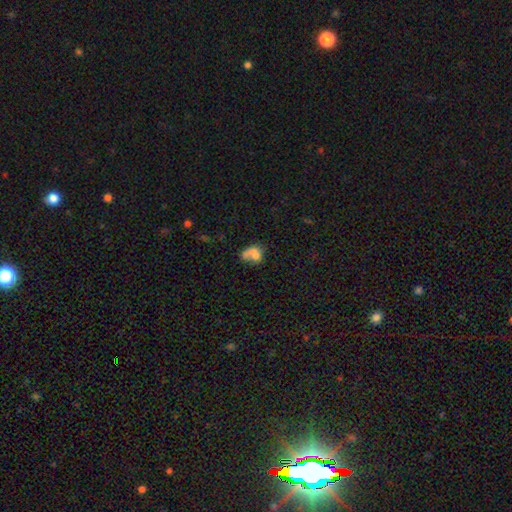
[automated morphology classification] smooth-or-featured: smooth: 64% | featured or disk: 23% | star or artifact: 13%
  how-rounded: in between: 64% | round: 34% | cigar-shaped: 2%
  merging: merger: 38% | none: 26% | major disturbance: 20% | minor disturbance: 16%